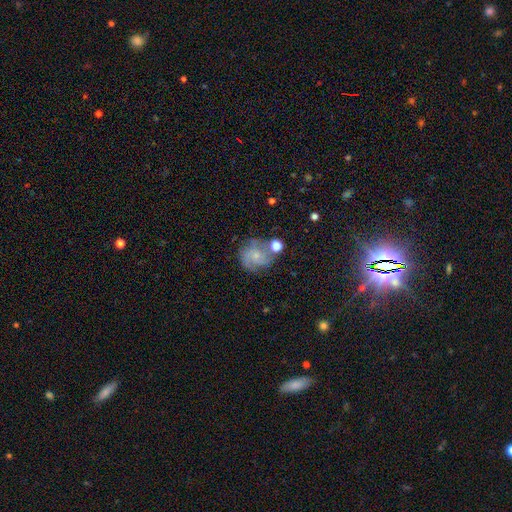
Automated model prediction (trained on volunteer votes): Morphology: type=featured or disk (64%); edge-on=no (98%); bar=no (76%); spiral arms=yes (90%); winding=tight (46%); arm count=3 (31%); bulge=small (72%); merging=none (60%).